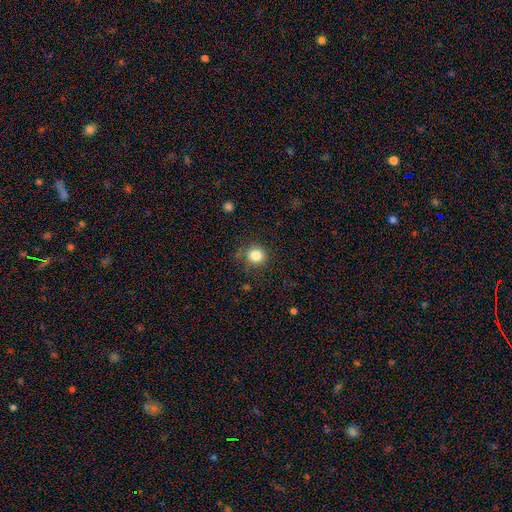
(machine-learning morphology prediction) Q: Smooth or featured?
A: smooth (83%); runner-up: star or artifact (11%)
Q: How rounded?
A: round (87%); runner-up: in between (12%)
Q: Merging?
A: none (77%); runner-up: minor disturbance (16%)